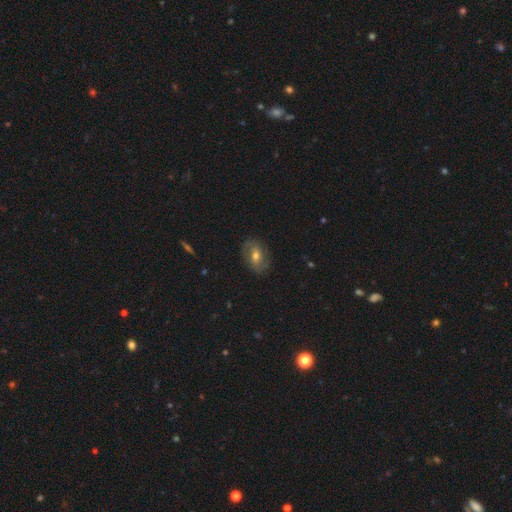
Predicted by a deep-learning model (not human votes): Smooth or featured? featured or disk (53%)
Edge-on disk? no (94%)
Bar? no (45%)
Spiral arms? yes (73%)
Bulge size? moderate (68%)
Merging? none (77%)